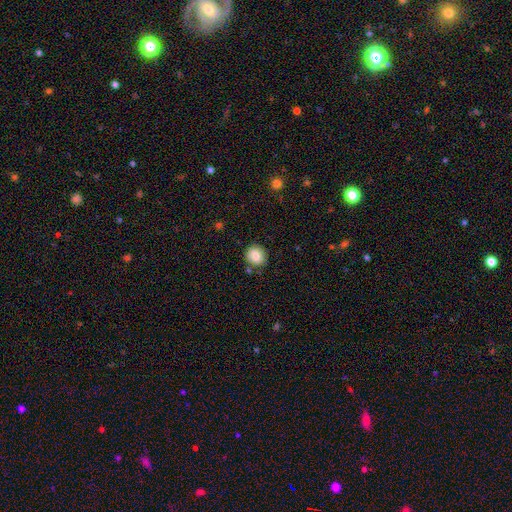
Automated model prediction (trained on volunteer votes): Q: Smooth or featured?
A: smooth (83%); runner-up: star or artifact (9%)
Q: How rounded?
A: round (79%); runner-up: in between (20%)
Q: Merging?
A: none (80%); runner-up: minor disturbance (12%)